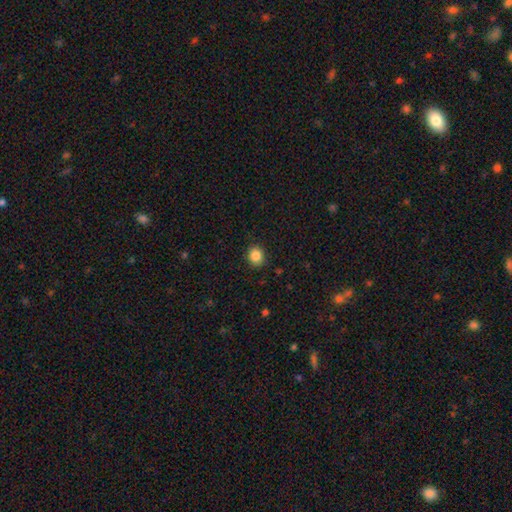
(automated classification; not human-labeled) smooth_or_featured: smooth (p=0.86) [alt: star or artifact p=0.10]
how_rounded: round (p=0.75) [alt: in between p=0.24]
merging: none (p=0.89) [alt: minor disturbance p=0.07]